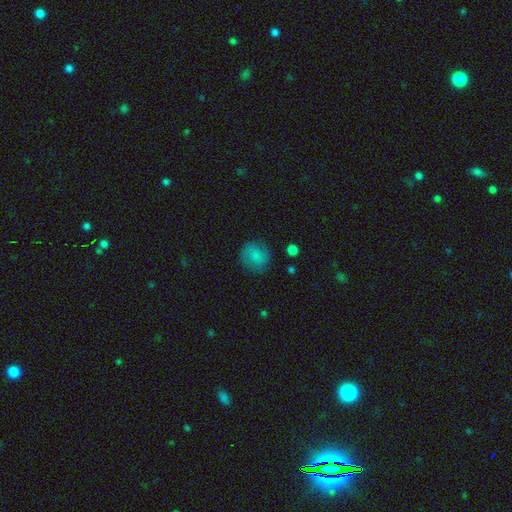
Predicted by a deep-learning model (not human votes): Smooth or featured?
  - smooth: 79% *
  - featured or disk: 11%
  - star or artifact: 10%
How rounded?
  - round: 84% *
  - in between: 15%
  - cigar-shaped: 1%
Merging?
  - none: 78% *
  - minor disturbance: 15%
  - major disturbance: 5%
  - merger: 2%